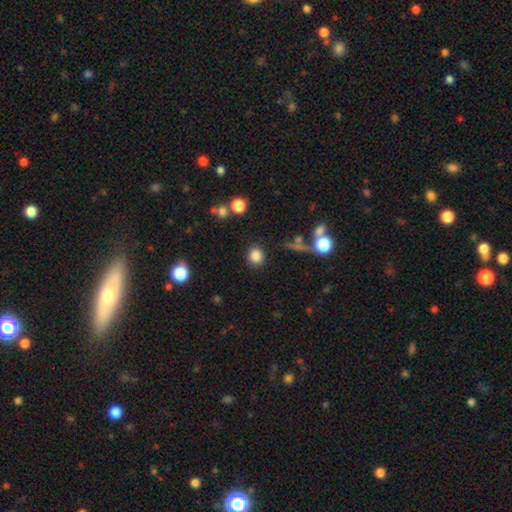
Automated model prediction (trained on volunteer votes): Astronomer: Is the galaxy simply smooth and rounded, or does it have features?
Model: smooth — 84%.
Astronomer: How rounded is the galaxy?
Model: round — 72%.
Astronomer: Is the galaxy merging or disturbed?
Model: none — 86%.